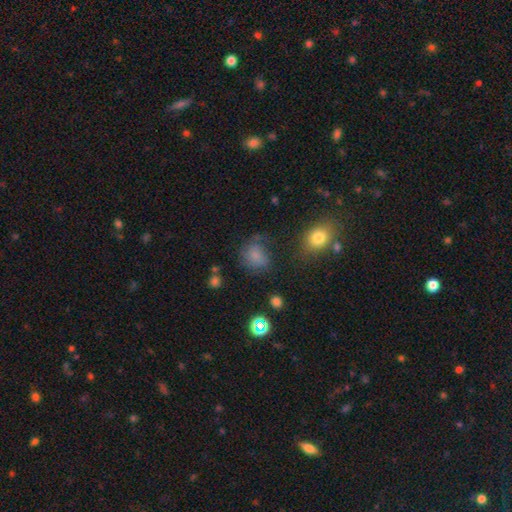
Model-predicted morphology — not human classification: Q: Smooth or featured?
A: smooth (72%); runner-up: star or artifact (17%)
Q: How rounded?
A: round (61%); runner-up: in between (37%)
Q: Merging?
A: none (55%); runner-up: minor disturbance (25%)